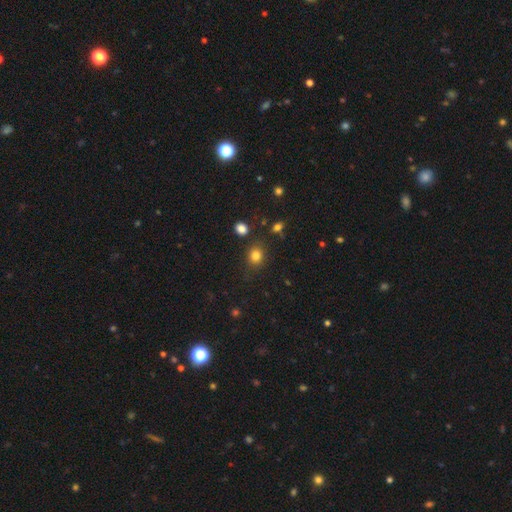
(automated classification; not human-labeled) The model was most divided on "how rounded": round: 69%, in between: 30%, cigar-shaped: 1%. More confident: smooth or featured — smooth (82%); merging — none (80%).